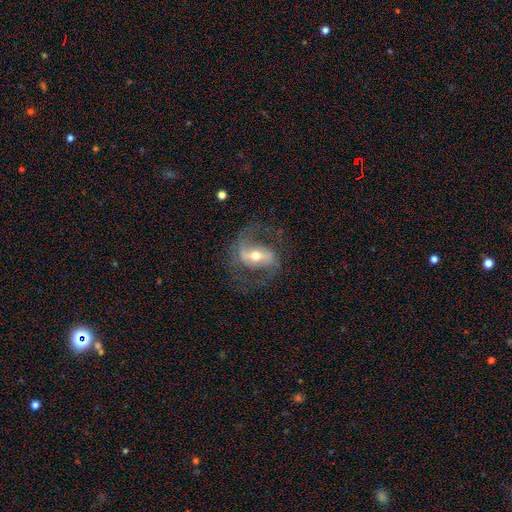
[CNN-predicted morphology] Smooth or featured? featured or disk (84%)
Edge-on disk? no (95%)
Bar? strong (47%)
Spiral arms? yes (90%)
Spiral winding? medium (52%)
Spiral arm count? 2 (88%)
Bulge size? moderate (67%)
Merging? none (69%)